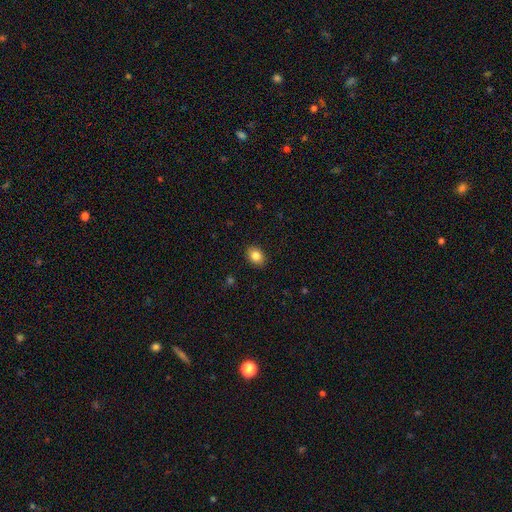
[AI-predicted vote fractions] Morphology: type=smooth (85%); roundness=in between (61%); merging=none (89%).